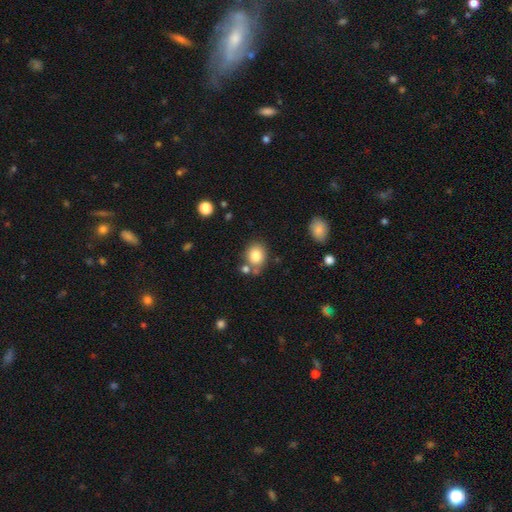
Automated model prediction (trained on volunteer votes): smooth-or-featured: smooth: 82% | star or artifact: 9% | featured or disk: 9%
  how-rounded: round: 65% | in between: 34% | cigar-shaped: 1%
  merging: none: 67% | merger: 15% | minor disturbance: 14% | major disturbance: 4%